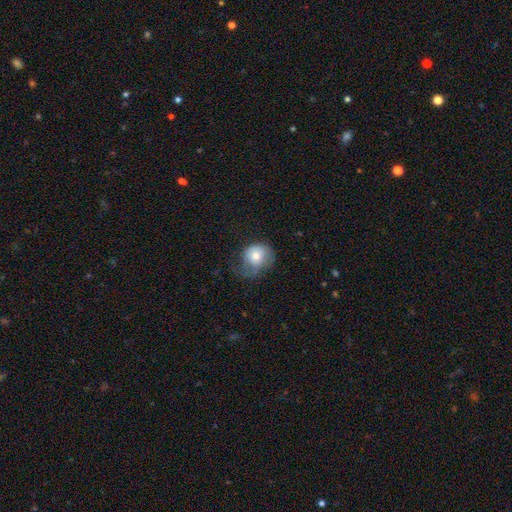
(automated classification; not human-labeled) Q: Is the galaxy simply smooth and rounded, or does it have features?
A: smooth — 70%.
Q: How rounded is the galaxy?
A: round — 70%.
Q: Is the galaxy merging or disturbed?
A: major disturbance — 35%.